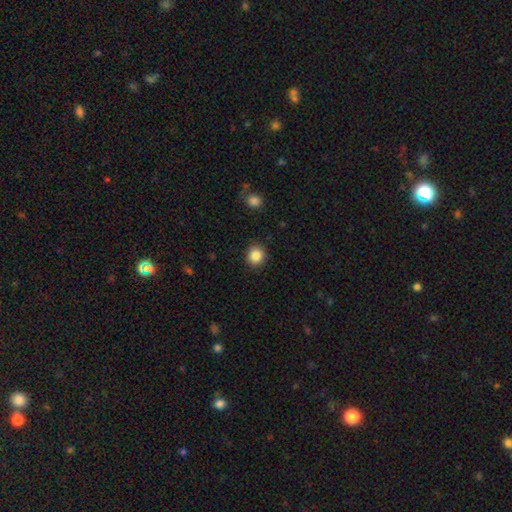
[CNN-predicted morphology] Q: Smooth or featured?
A: smooth (86%); runner-up: star or artifact (10%)
Q: How rounded?
A: round (88%); runner-up: in between (11%)
Q: Merging?
A: none (89%); runner-up: minor disturbance (7%)